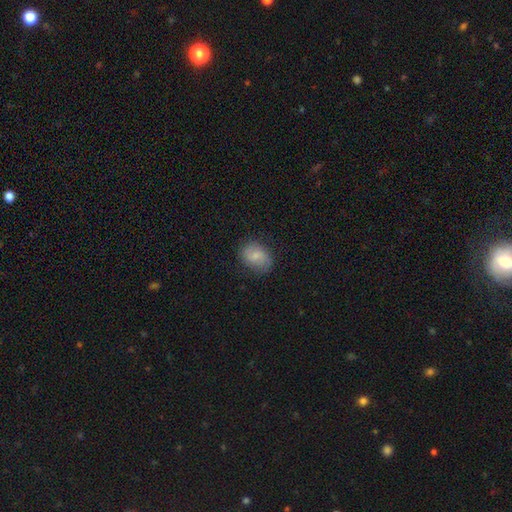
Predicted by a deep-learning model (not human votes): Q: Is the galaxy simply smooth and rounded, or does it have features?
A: smooth — 61%.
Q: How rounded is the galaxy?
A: in between — 55%.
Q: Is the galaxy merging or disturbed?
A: none — 78%.